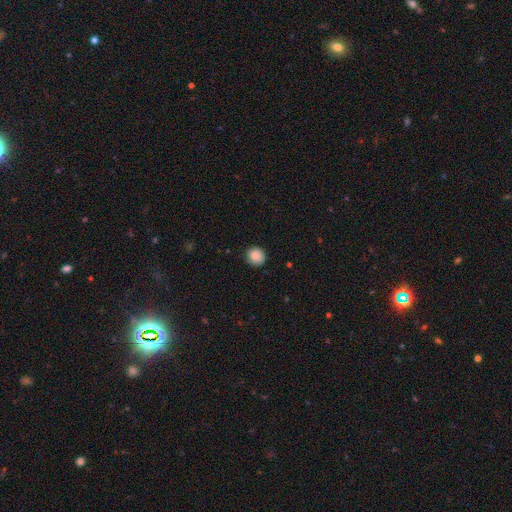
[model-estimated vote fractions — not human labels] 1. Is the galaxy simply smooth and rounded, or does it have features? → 86% smooth, 8% star or artifact, 5% featured or disk.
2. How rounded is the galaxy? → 89% round, 10% in between, 1% cigar-shaped.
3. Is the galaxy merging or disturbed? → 86% none, 11% minor disturbance, 2% major disturbance, 1% merger.